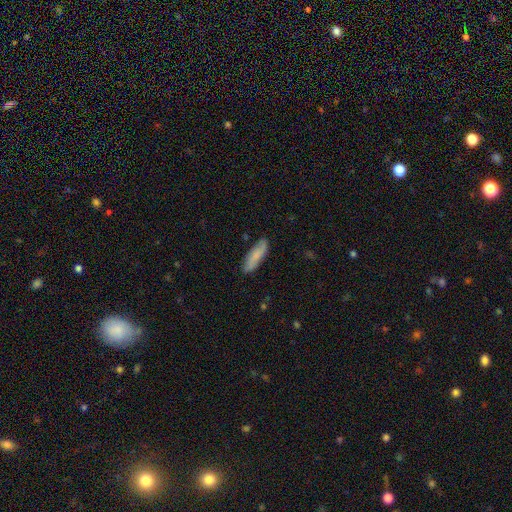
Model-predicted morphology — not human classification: A smooth galaxy with no disk features (77%) that is cigar-shaped (60%).

Vote fractions:
- Smooth or featured? smooth: 77% / featured or disk: 16% / star or artifact: 6%
- How rounded? cigar-shaped: 60% / in between: 38% / round: 2%
- Merging? none: 84% / minor disturbance: 13% / major disturbance: 2% / merger: 1%